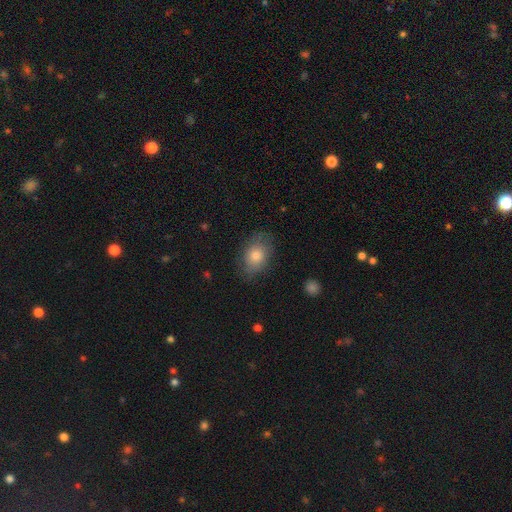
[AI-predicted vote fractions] smooth 75%, featured or disk 17%, star or artifact 8%. Down the decision tree: how rounded — in between (78%); merging — none (78%).